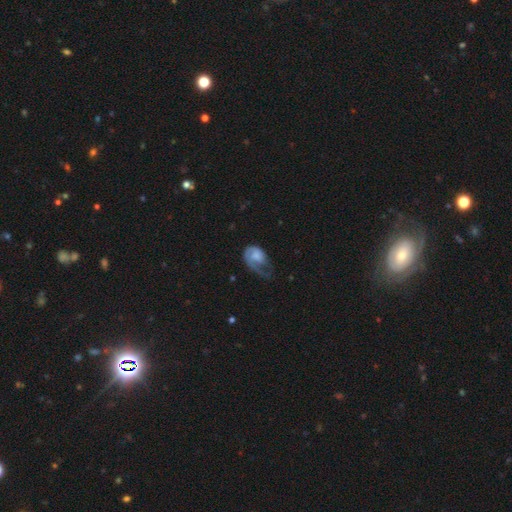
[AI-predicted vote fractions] Smooth or featured? featured or disk (57%)
Edge-on disk? no (97%)
Bar? no (73%)
Spiral arms? yes (81%)
Bulge size? none (34%)
Merging? major disturbance (47%)